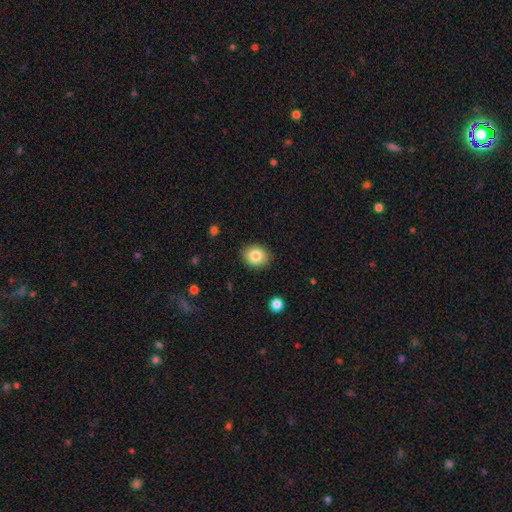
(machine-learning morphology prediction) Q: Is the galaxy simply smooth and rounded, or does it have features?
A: smooth — 84%.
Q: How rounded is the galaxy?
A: round — 64%.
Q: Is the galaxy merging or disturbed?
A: none — 89%.